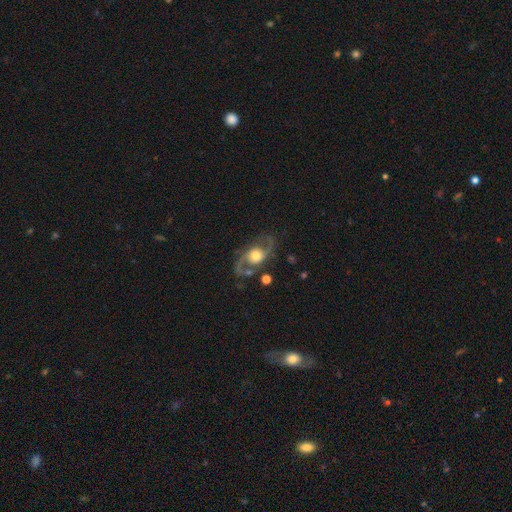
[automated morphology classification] A featured or disk galaxy (89%) with no bar (71%), 2 (94%) loose (48%) spiral arms (96%) and a moderate central bulge (60%). Merging: none (78%).